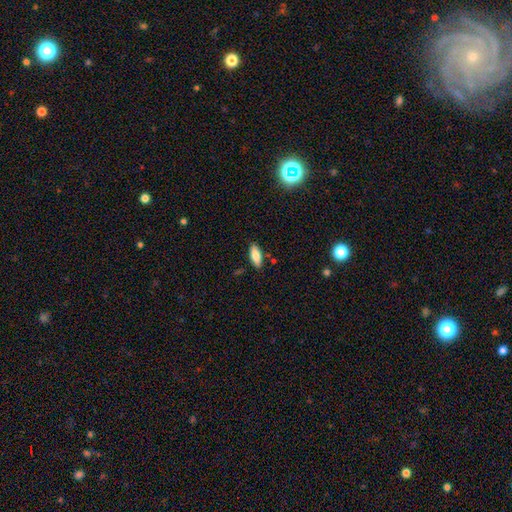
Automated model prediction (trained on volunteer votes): smooth-or-featured: smooth: 78% | featured or disk: 15% | star or artifact: 7%
  how-rounded: in between: 77% | cigar-shaped: 21% | round: 2%
  merging: none: 85% | minor disturbance: 11% | merger: 2% | major disturbance: 2%